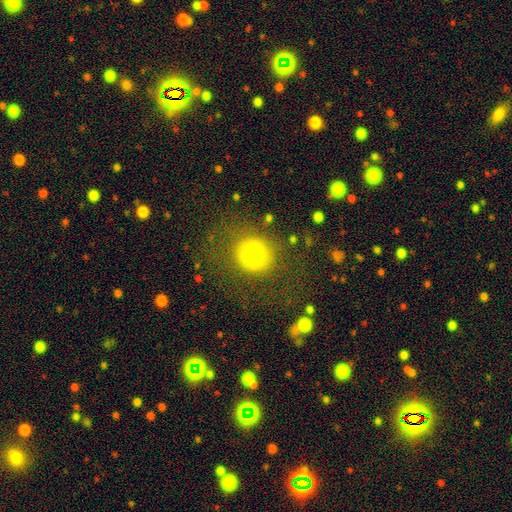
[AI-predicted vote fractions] Smooth or featured?
  - smooth: 71% *
  - star or artifact: 14%
  - featured or disk: 14%
How rounded?
  - round: 86% *
  - in between: 13%
  - cigar-shaped: 1%
Merging?
  - none: 72% *
  - major disturbance: 13%
  - minor disturbance: 13%
  - merger: 2%